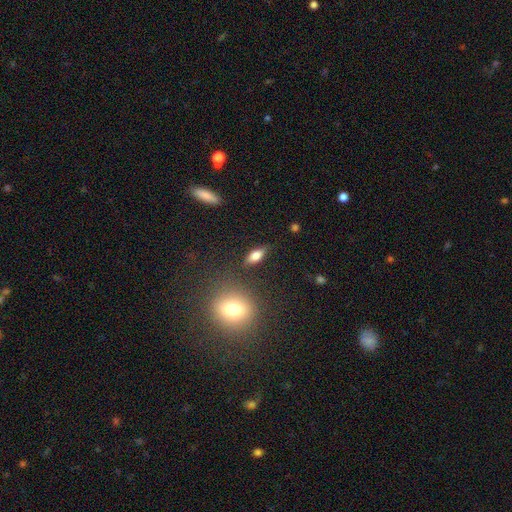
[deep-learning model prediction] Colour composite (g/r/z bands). It shows a smooth galaxy with no disk features (73%) that is in between round and cigar-shaped (77%). Merging: none (81%).